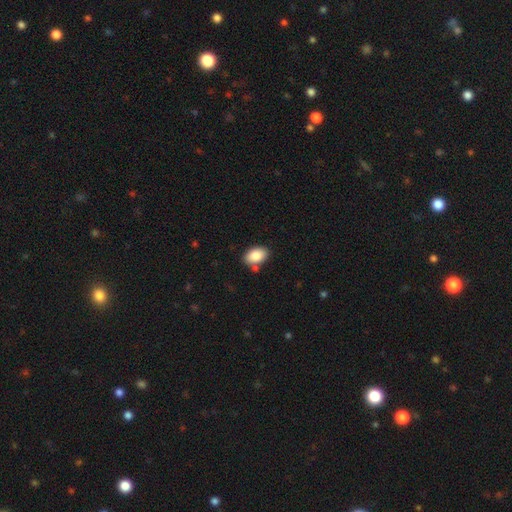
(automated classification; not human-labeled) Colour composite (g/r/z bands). It shows a smooth galaxy with no disk features (86%) that is in between round and cigar-shaped (89%). Merging: none (78%).